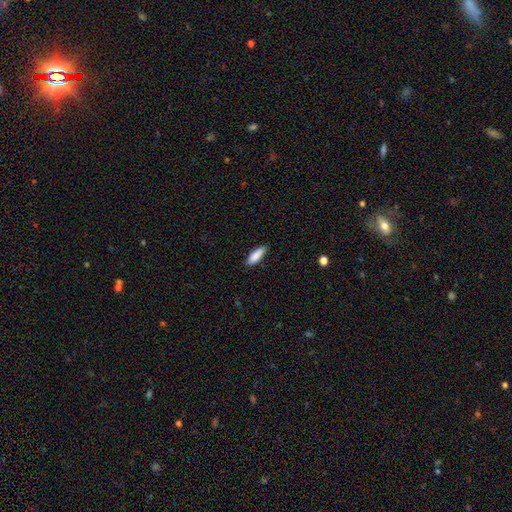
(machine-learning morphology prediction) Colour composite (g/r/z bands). It shows a smooth galaxy with no disk features (87%) that is in between round and cigar-shaped (60%). Merging: none (78%).